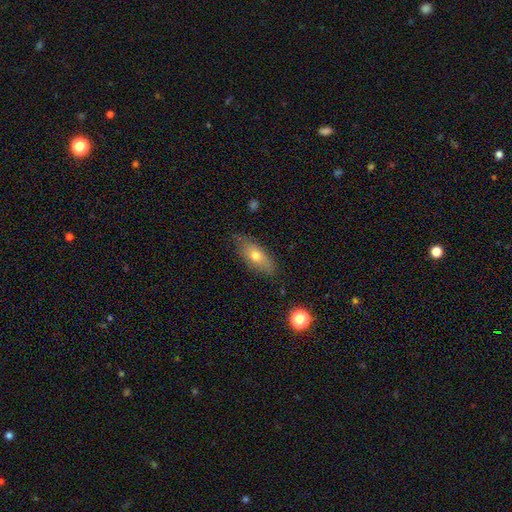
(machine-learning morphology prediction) This appears to be a smooth galaxy with no disk features (67%) that is in between round and cigar-shaped (78%). Merging: none (76%).